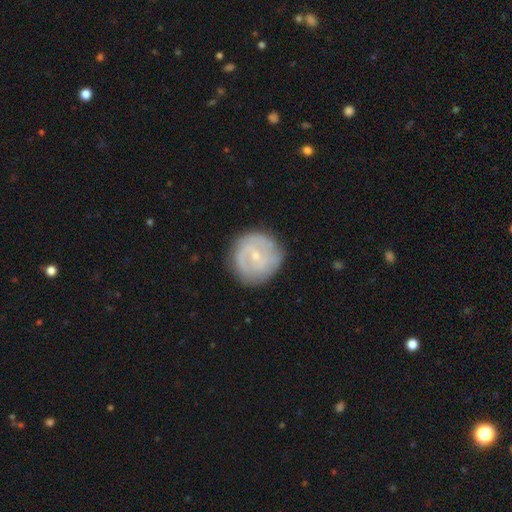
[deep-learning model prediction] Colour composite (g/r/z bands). It shows a featured or disk galaxy (65%) with no bar (52%), spiral arms (79%) and a small central bulge (74%). Merging: none (80%).